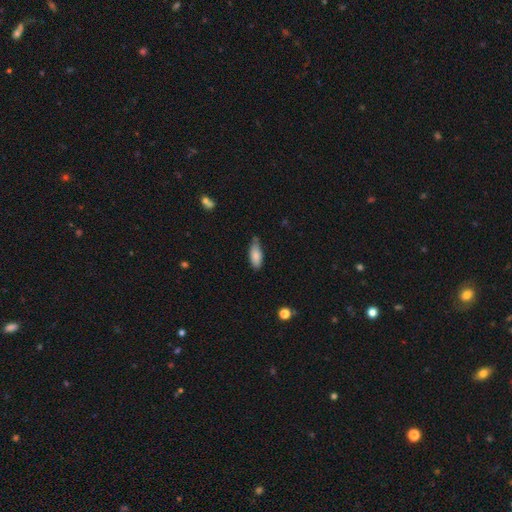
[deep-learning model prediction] The model was most divided on "merging": none: 56%, minor disturbance: 36%, major disturbance: 5%, merger: 3%. More confident: smooth or featured — smooth (83%); how rounded — in between (78%).